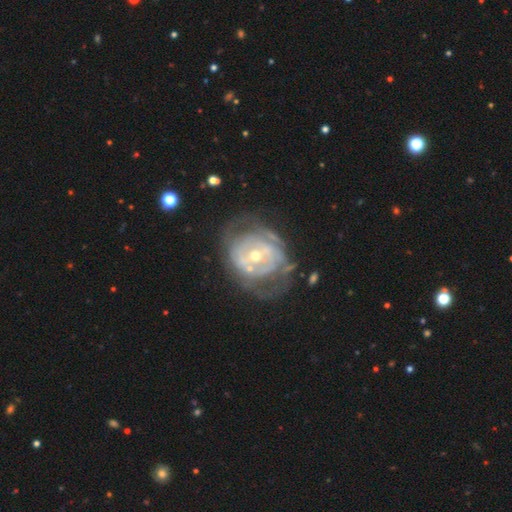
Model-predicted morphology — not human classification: A featured or disk galaxy (78%) with no bar (66%), spiral arms (61%) and a small central bulge (53%). Merging: none (50%).